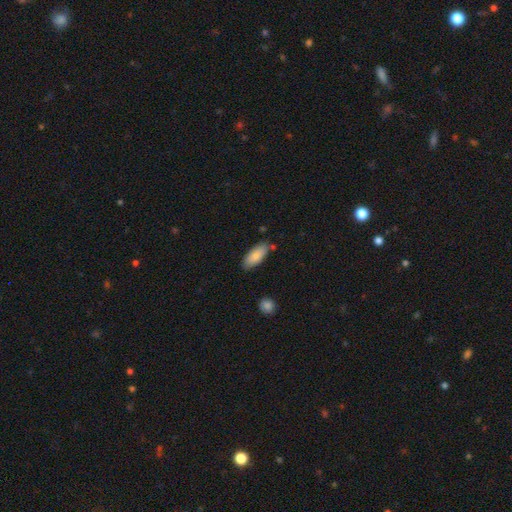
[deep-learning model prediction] Smooth or featured? Predicted: smooth (p=0.85). How rounded? Predicted: in between (p=0.83). Merging? Predicted: none (p=0.78).